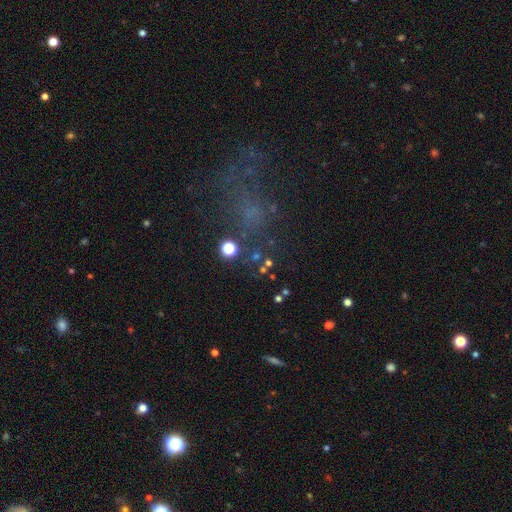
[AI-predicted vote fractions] Smooth or featured?
  - star or artifact: 46% *
  - smooth: 38%
  - featured or disk: 16%